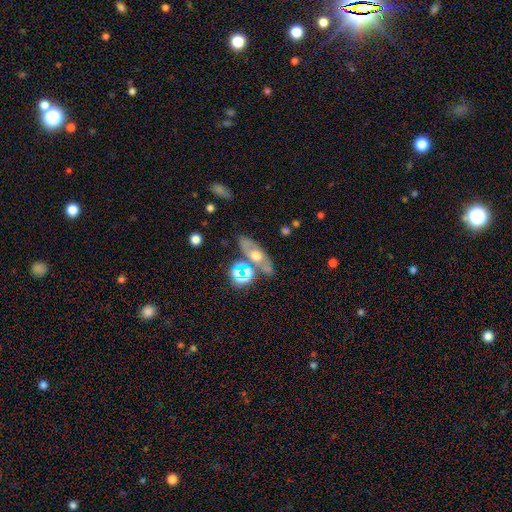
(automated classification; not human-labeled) The model was most divided on "smooth or featured": featured or disk: 44%, smooth: 38%, star or artifact: 19%. More confident: merging — none (70%).